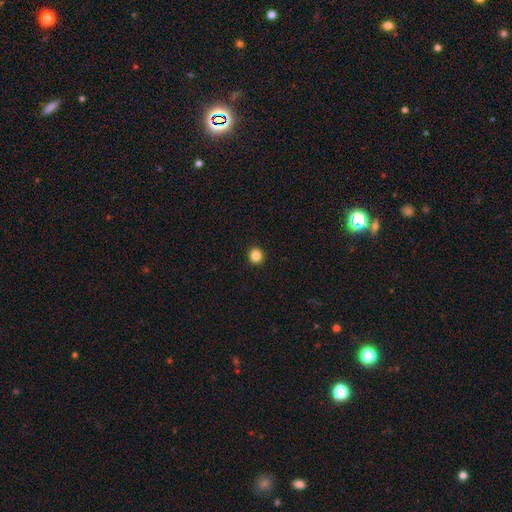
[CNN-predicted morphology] smooth-or-featured: smooth: 86% | star or artifact: 11% | featured or disk: 3%
  how-rounded: round: 91% | in between: 8% | cigar-shaped: 1%
  merging: none: 94% | minor disturbance: 4% | major disturbance: 1% | merger: 1%